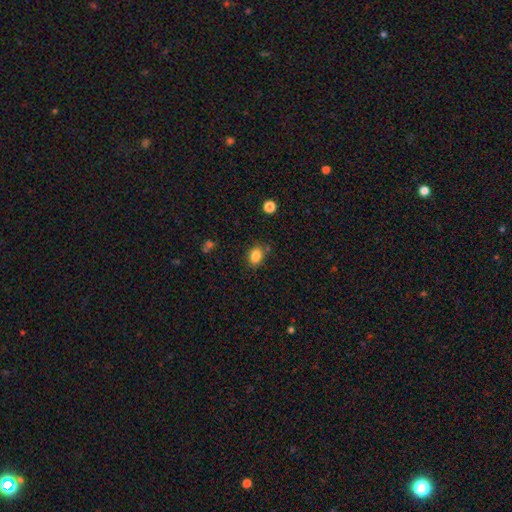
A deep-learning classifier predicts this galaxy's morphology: Q: Smooth or featured?
A: smooth (85%); runner-up: star or artifact (10%)
Q: How rounded?
A: in between (74%); runner-up: round (25%)
Q: Merging?
A: none (76%); runner-up: minor disturbance (16%)